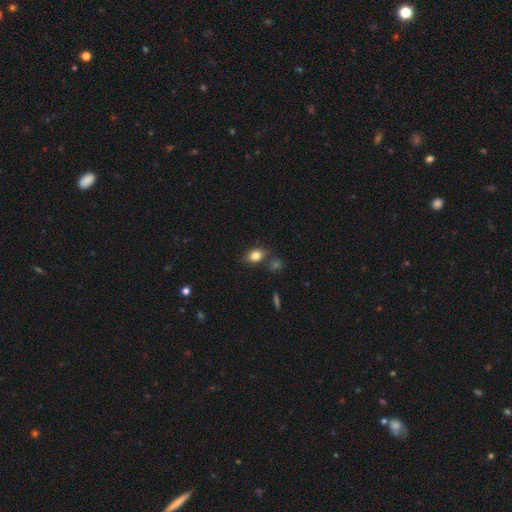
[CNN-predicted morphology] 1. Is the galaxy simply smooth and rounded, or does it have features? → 81% smooth, 10% star or artifact, 9% featured or disk.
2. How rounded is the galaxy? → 68% in between, 30% round, 2% cigar-shaped.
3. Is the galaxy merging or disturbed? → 70% none, 17% minor disturbance, 9% merger, 4% major disturbance.